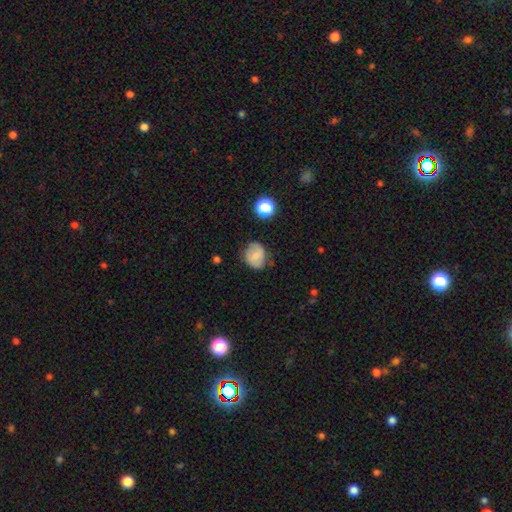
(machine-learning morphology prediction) type=smooth (71%); roundness=round (67%); merging=none (70%).